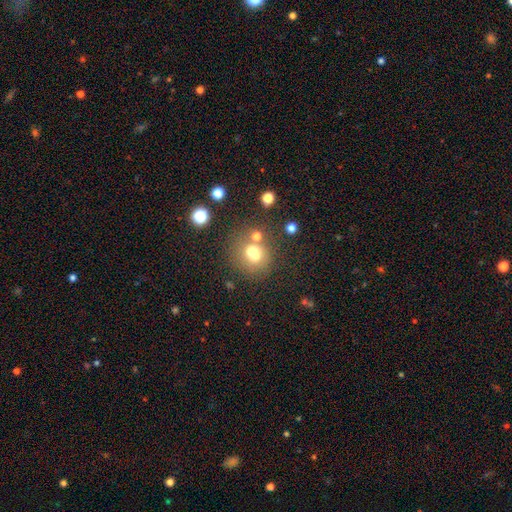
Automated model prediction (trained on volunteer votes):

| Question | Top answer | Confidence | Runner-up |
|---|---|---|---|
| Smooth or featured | smooth | 62% | featured or disk (21%) |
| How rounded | round | 78% | in between (22%) |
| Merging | none | 48% | merger (35%) |